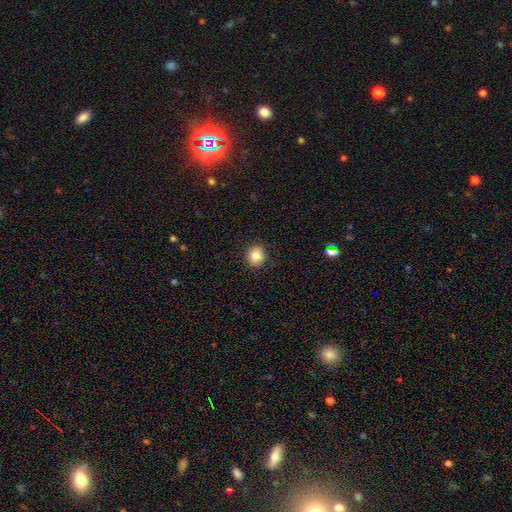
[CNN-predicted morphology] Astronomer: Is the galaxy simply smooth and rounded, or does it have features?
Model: smooth — 83%.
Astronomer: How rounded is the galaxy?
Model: round — 81%.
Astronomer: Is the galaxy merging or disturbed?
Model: none — 90%.